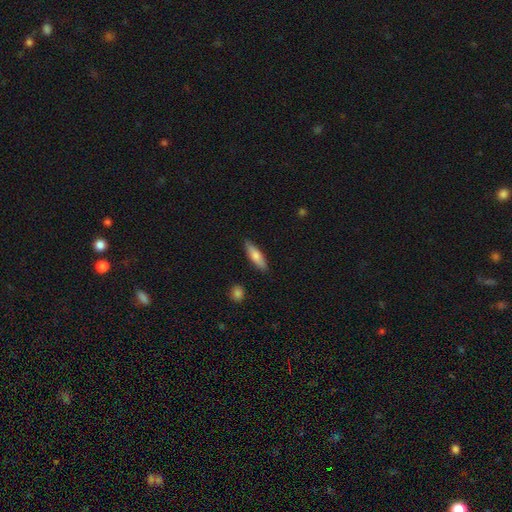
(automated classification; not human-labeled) smooth 70%, featured or disk 24%, star or artifact 6%. Down the decision tree: how rounded — cigar-shaped (58%); merging — none (87%).